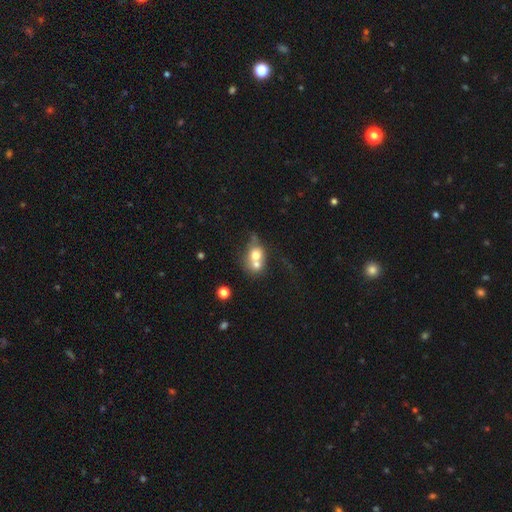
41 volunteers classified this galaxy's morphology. Volunteers were most divided on "how rounded": round: 61%, in between: 39%, cigar-shaped: 0%. More confident: merging — merger (84%); smooth or featured — smooth (76%).